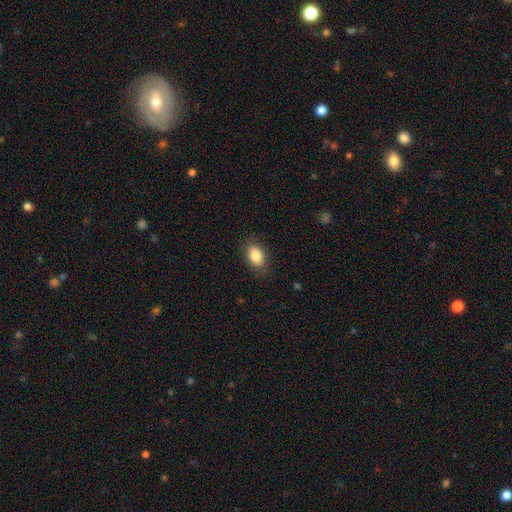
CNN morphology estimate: smooth 85%, star or artifact 8%, featured or disk 8%. Down the decision tree: how rounded — in between (86%); merging — none (84%).